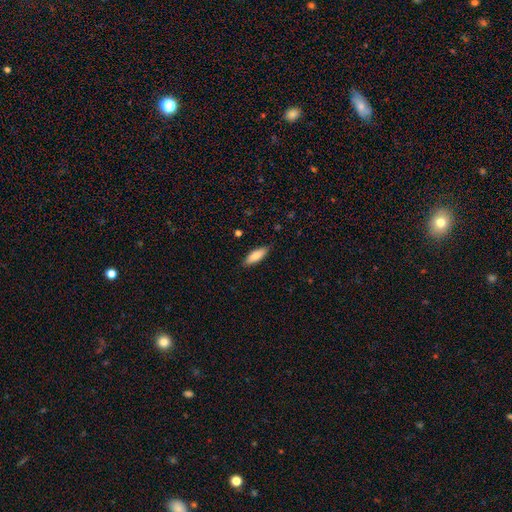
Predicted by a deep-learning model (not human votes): Overall: smooth (79%). How rounded: in between (59%; cigar-shaped 39%). Merging: none (85%).